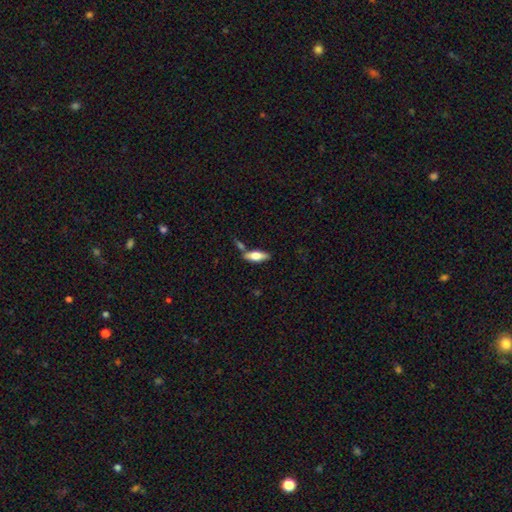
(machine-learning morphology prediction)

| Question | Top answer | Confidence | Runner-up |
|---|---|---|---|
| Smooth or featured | smooth | 64% | featured or disk (30%) |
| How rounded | in between | 61% | cigar-shaped (36%) |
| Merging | none | 69% | merger (14%) |